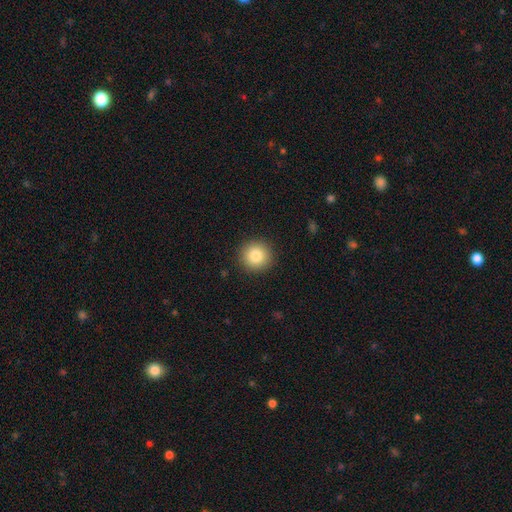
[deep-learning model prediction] Smooth or featured? smooth (83%)
How rounded? round (94%)
Merging? none (92%)